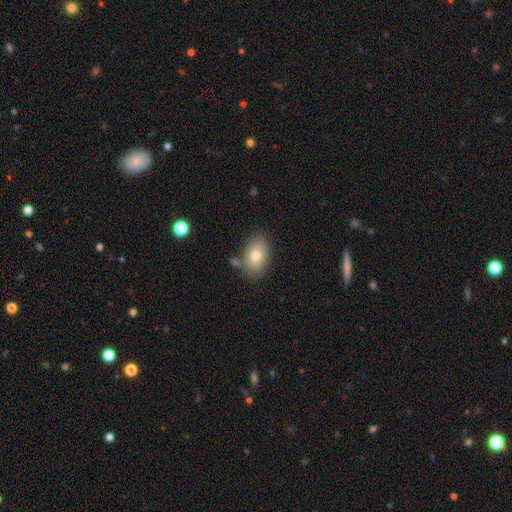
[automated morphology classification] type=smooth (78%); roundness=in between (85%); merging=none (75%).